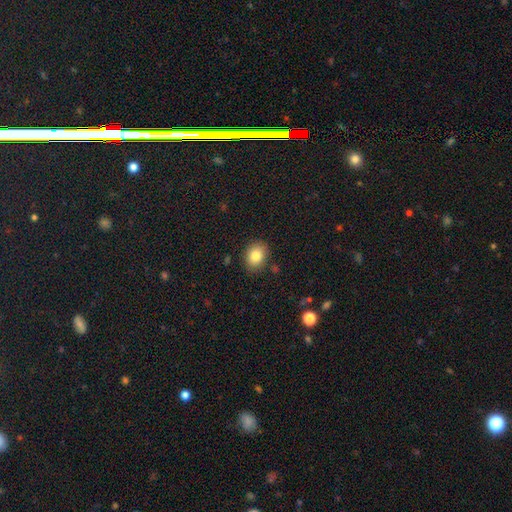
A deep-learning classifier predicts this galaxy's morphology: Overall: smooth (84%). How rounded: in between (60%; round 39%). Merging: none (85%).